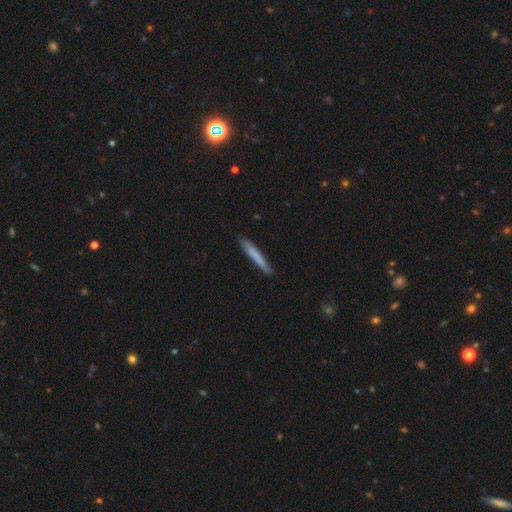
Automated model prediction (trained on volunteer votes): Smooth or featured? Predicted: smooth (p=0.72). How rounded? Predicted: cigar-shaped (p=0.96). Merging? Predicted: none (p=0.85).